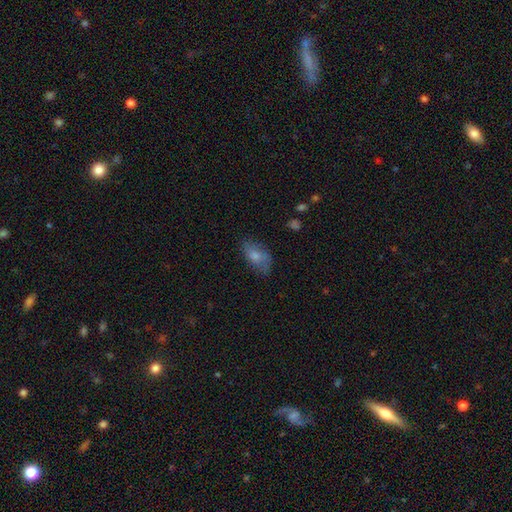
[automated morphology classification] Smooth or featured? Predicted: smooth (p=0.68). How rounded? Predicted: in between (p=0.89). Merging? Predicted: none (p=0.64).